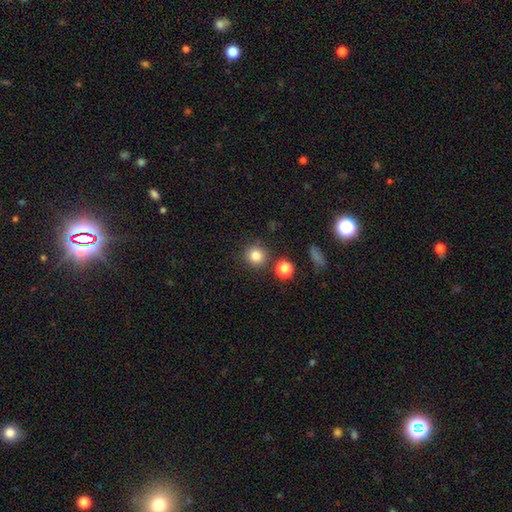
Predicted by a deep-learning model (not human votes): Smooth or featured: smooth — 82% (star or artifact — 13%)
How rounded: round — 92% (in between — 7%)
Merging: none — 84% (minor disturbance — 8%)